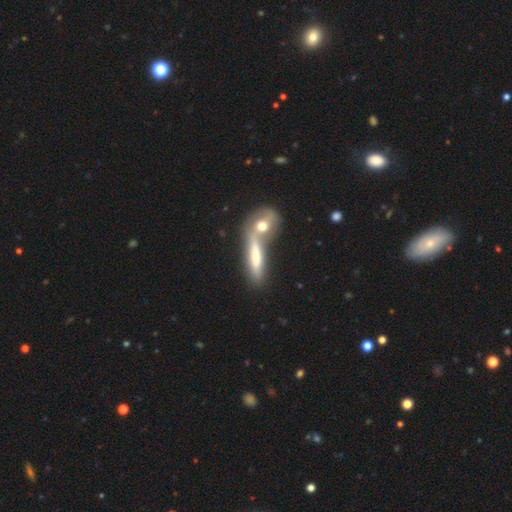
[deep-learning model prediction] Smooth or featured: featured or disk — 44% (tied with smooth — 44%)
Merging: merger — 51% (none — 36%)